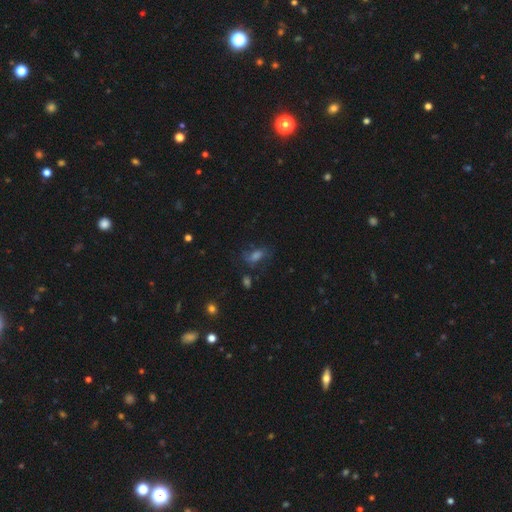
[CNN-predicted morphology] Smooth or featured? smooth (39%)
Merging? none (62%)